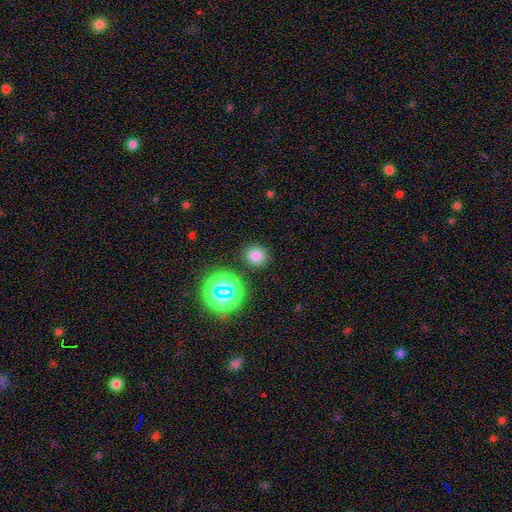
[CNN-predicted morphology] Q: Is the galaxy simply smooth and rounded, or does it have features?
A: smooth — 74%.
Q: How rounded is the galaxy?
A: round — 84%.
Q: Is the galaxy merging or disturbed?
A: none — 87%.